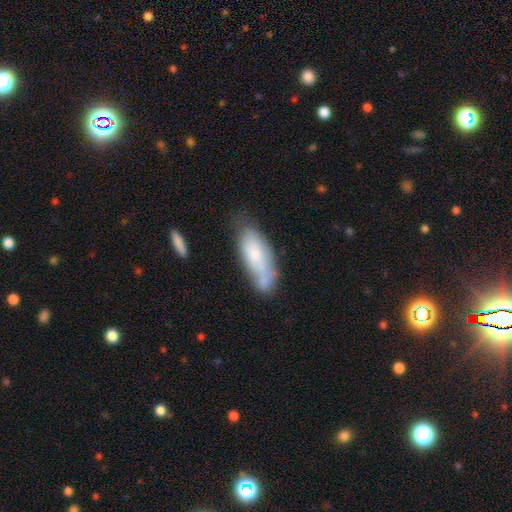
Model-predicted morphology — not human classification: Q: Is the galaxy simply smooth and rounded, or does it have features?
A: smooth — 68%.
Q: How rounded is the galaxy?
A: in between — 72%.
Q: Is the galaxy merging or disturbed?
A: none — 41%.